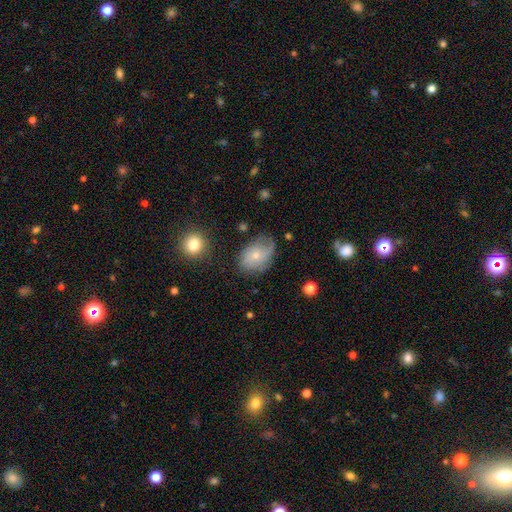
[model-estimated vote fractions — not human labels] Smooth or featured? Predicted: smooth (p=0.57). How rounded? Predicted: in between (p=0.74). Merging? Predicted: none (p=0.57).